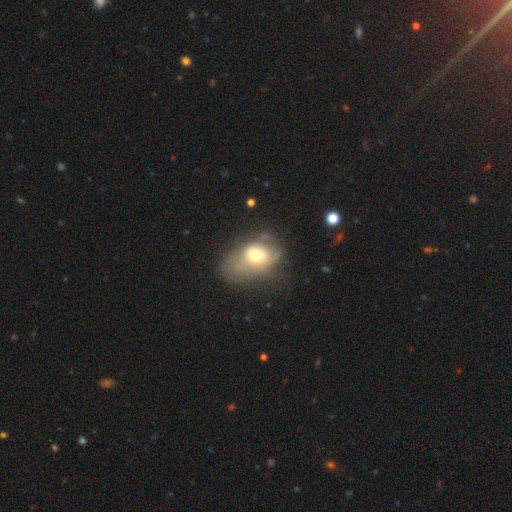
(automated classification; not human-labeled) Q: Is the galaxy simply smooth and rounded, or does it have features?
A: smooth — 57%.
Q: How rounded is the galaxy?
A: in between — 79%.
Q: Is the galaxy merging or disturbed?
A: major disturbance — 33%.